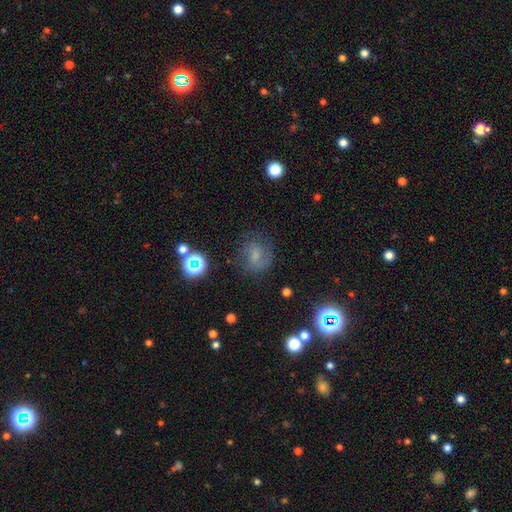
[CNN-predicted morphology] A featured or disk galaxy (43%).

Vote fractions:
- Smooth or featured? featured or disk: 43% / smooth: 37% / star or artifact: 20%
- Merging? none: 67% / minor disturbance: 19% / major disturbance: 12% / merger: 2%